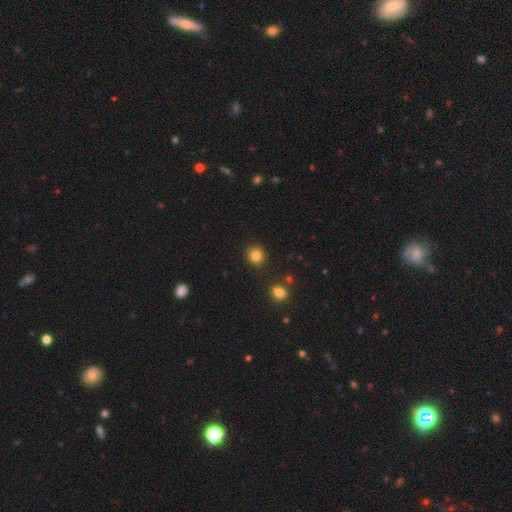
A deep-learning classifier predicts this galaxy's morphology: smooth-or-featured: smooth: 83% | star or artifact: 11% | featured or disk: 5%
  how-rounded: round: 88% | in between: 11% | cigar-shaped: 1%
  merging: none: 90% | minor disturbance: 6% | merger: 2% | major disturbance: 2%